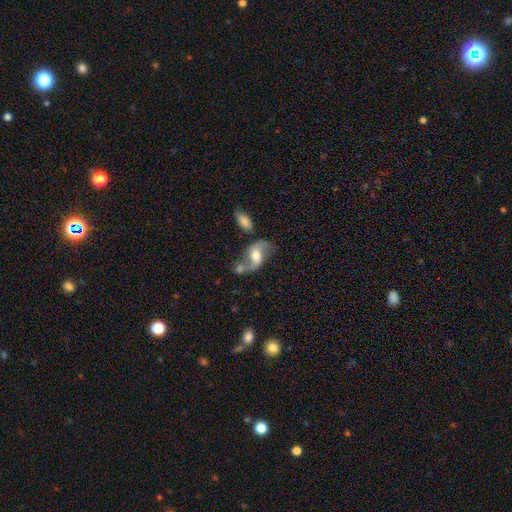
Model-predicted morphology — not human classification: Smooth or featured: featured or disk — 73% (smooth — 20%)
Edge-on disk: no — 95% (yes — 5%)
Bar: no — 45% (weak — 39%)
Spiral arms: yes — 89% (no — 11%)
Spiral winding: loose — 78% (medium — 18%)
Spiral arm count: 2 — 90% (1 — 4%)
Bulge size: moderate — 65% (small — 17%)
Merging: none — 47% (merger — 27%)